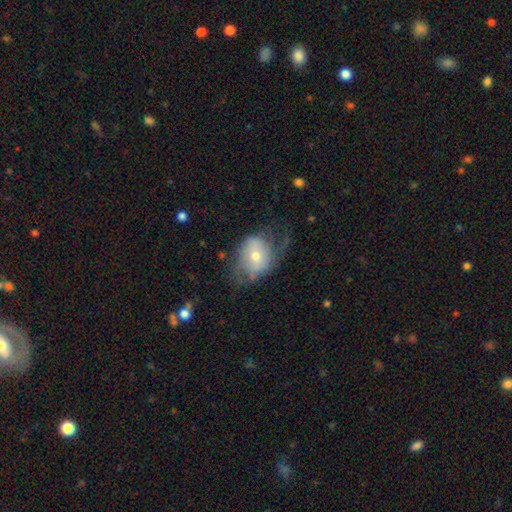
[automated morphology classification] Smooth or featured? smooth (48%)
Merging? none (39%)